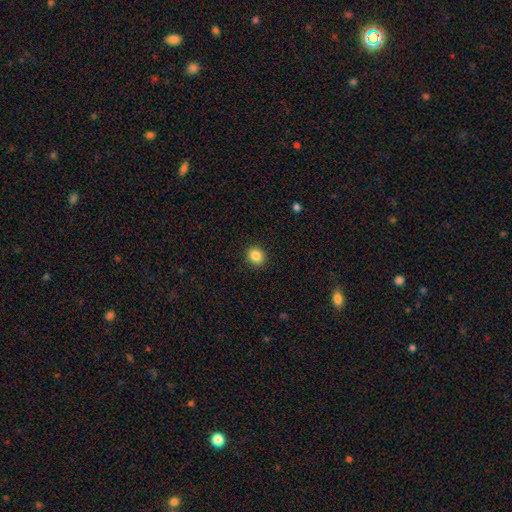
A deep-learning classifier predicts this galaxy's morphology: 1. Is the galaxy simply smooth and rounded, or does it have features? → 86% smooth, 10% star or artifact, 4% featured or disk.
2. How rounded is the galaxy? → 81% round, 18% in between, 1% cigar-shaped.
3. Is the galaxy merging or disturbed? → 91% none, 6% minor disturbance, 2% major disturbance, 1% merger.